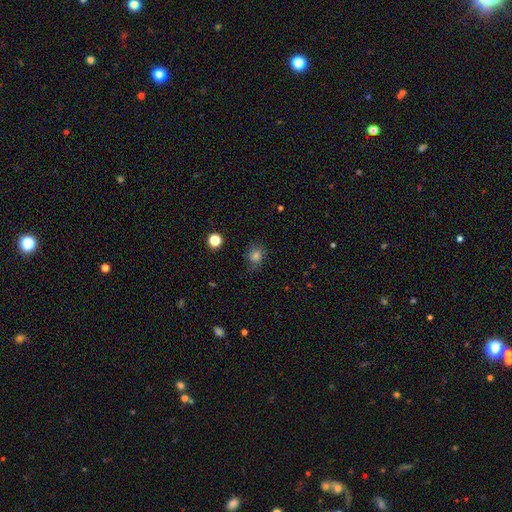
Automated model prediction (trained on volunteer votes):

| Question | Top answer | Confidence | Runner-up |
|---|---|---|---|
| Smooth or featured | smooth | 74% | star or artifact (17%) |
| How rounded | round | 74% | in between (24%) |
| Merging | none | 73% | minor disturbance (19%) |